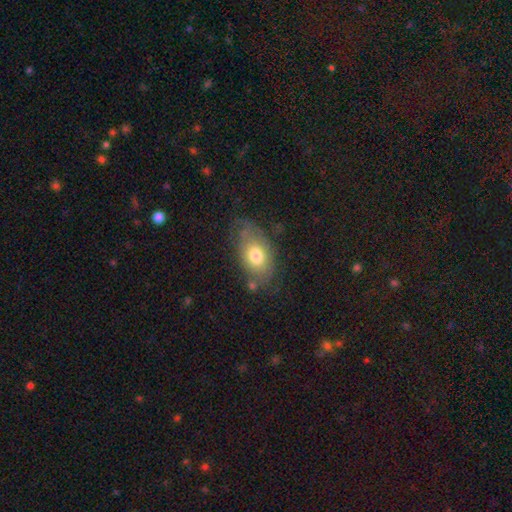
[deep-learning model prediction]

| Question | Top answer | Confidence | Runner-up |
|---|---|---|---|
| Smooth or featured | smooth | 59% | featured or disk (34%) |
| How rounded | in between | 88% | round (10%) |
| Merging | none | 59% | minor disturbance (26%) |